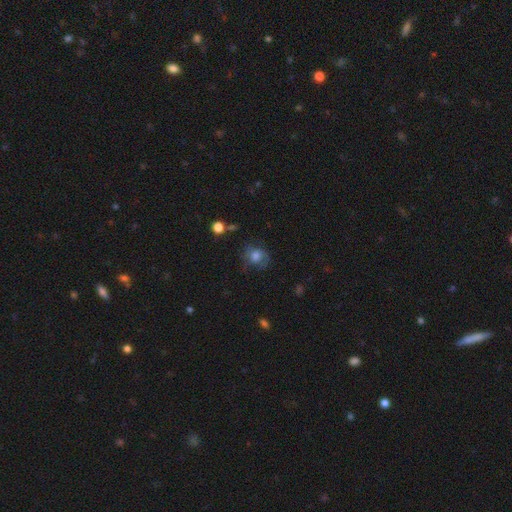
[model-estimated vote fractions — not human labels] A smooth galaxy with no disk features (62%) that is round (69%). Merging: none (55%).